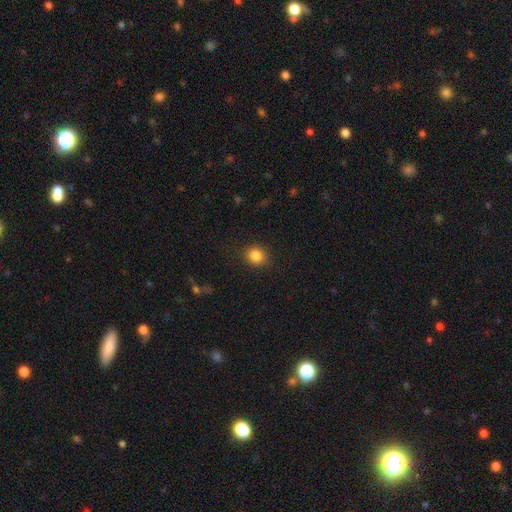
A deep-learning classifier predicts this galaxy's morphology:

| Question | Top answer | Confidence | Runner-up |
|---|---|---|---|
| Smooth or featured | smooth | 85% | star or artifact (10%) |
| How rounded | round | 72% | in between (27%) |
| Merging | none | 87% | minor disturbance (9%) |